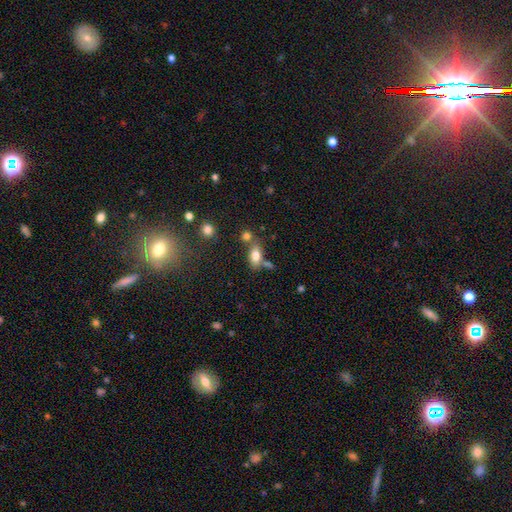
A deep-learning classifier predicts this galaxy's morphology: Smooth or featured: smooth — 79% (featured or disk — 12%)
How rounded: in between — 85% (round — 9%)
Merging: none — 55% (merger — 25%)